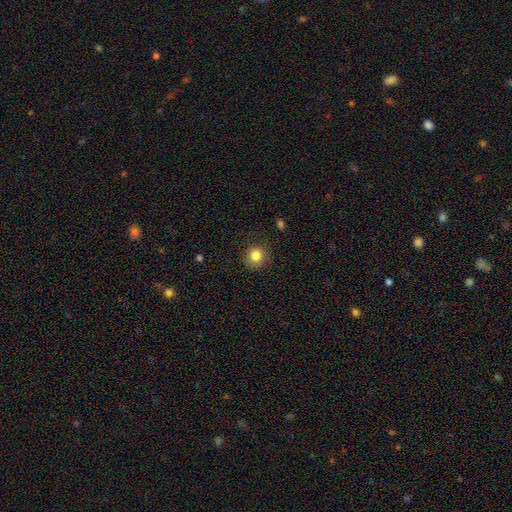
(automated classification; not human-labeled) Morphology: type=smooth (84%); roundness=round (91%); merging=none (88%).